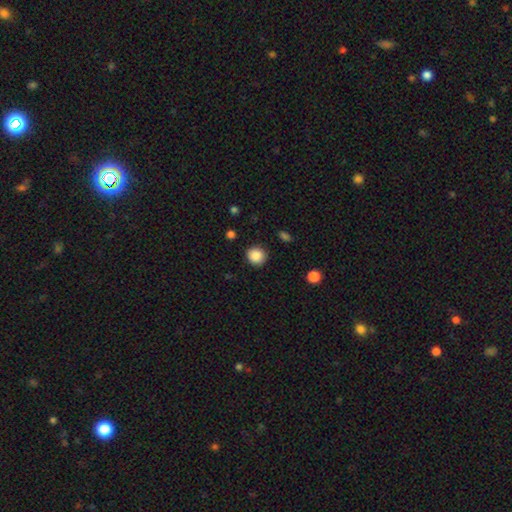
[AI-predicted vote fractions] Smooth or featured? Predicted: smooth (p=0.88). How rounded? Predicted: round (p=0.89). Merging? Predicted: none (p=0.89).